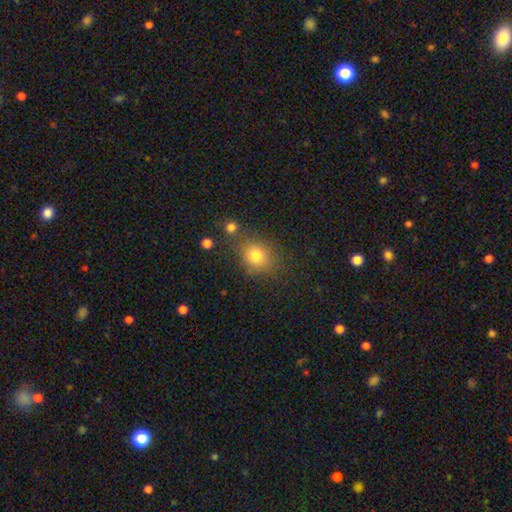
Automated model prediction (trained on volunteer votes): Morphology: type=smooth (80%); roundness=round (64%); merging=none (70%).